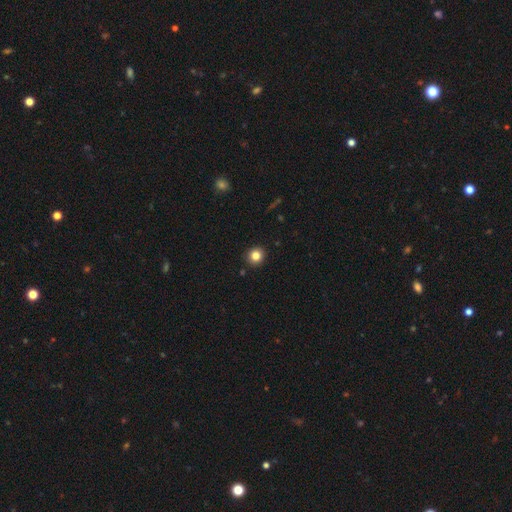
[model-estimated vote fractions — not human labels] Smooth or featured? Predicted: smooth (p=0.83). How rounded? Predicted: round (p=0.92). Merging? Predicted: none (p=0.92).